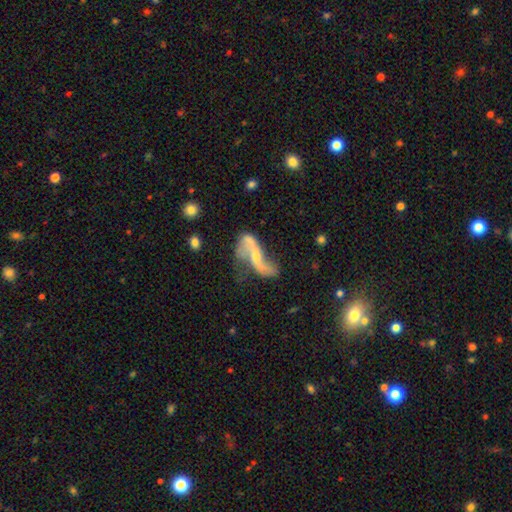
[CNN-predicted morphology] type=featured or disk (81%); edge-on=no (92%); bar=no (47%); spiral arms=yes (89%); winding=loose (88%); arm count=2 (90%); bulge=small (55%); merging=none (46%).